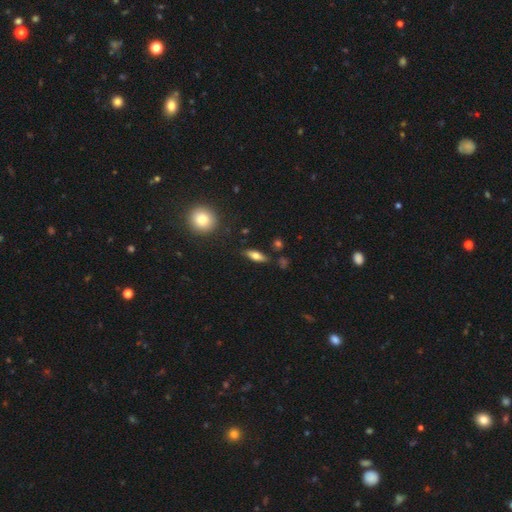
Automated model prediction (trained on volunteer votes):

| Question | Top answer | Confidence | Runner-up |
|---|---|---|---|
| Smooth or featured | smooth | 66% | featured or disk (27%) |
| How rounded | in between | 65% | cigar-shaped (31%) |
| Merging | none | 80% | minor disturbance (13%) |